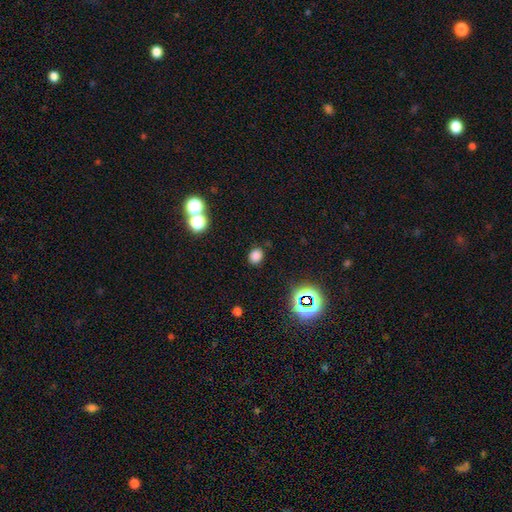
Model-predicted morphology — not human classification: This is likely a smooth galaxy (77%). How rounded: possibly round (58%). Merging: clearly none (85%).